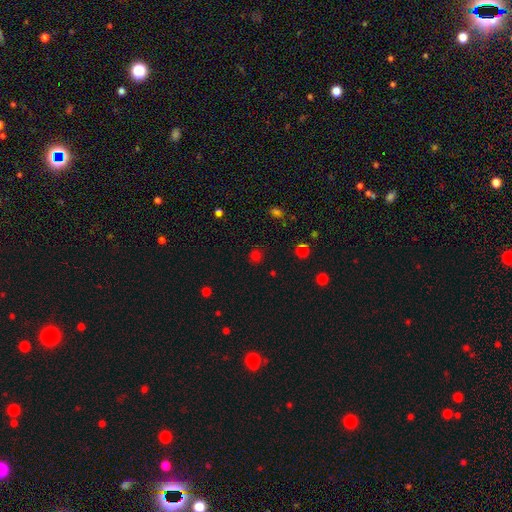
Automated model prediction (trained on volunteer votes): This appears to be a smooth galaxy with no disk features (65%) that is round (82%). Merging: none (82%).